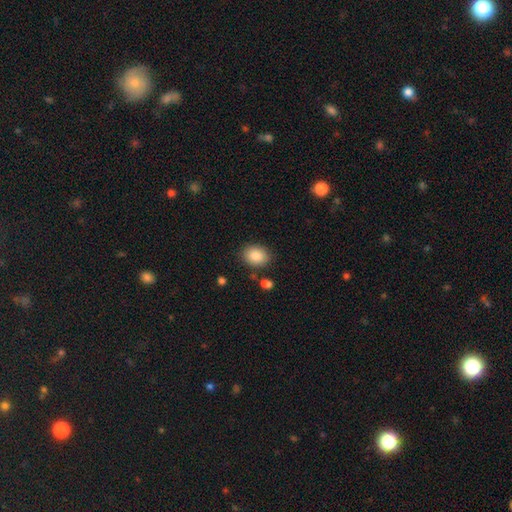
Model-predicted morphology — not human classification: smooth_or_featured: smooth (p=0.87) [alt: star or artifact p=0.08]
how_rounded: in between (p=0.60) [alt: round p=0.39]
merging: none (p=0.81) [alt: minor disturbance p=0.12]